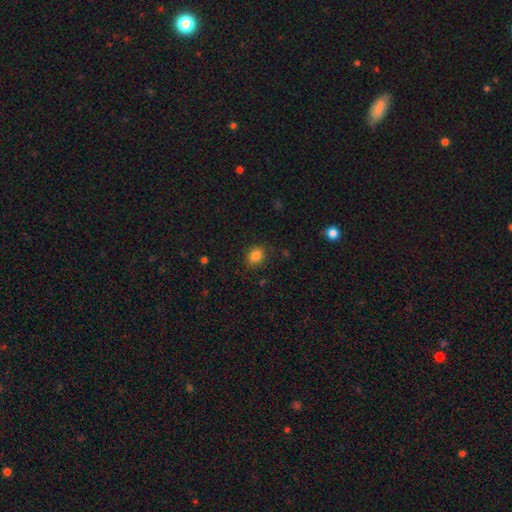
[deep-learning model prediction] Smooth or featured?
  - smooth: 85% *
  - star or artifact: 11%
  - featured or disk: 5%
How rounded?
  - in between: 56% *
  - round: 43%
  - cigar-shaped: 1%
Merging?
  - none: 83% *
  - minor disturbance: 12%
  - major disturbance: 3%
  - merger: 1%